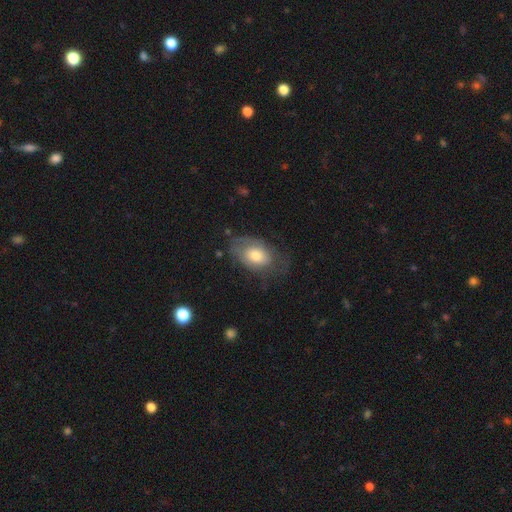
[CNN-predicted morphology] Smooth or featured? Predicted: smooth (p=0.54). How rounded? Predicted: in between (p=0.87). Merging? Predicted: none (p=0.51).